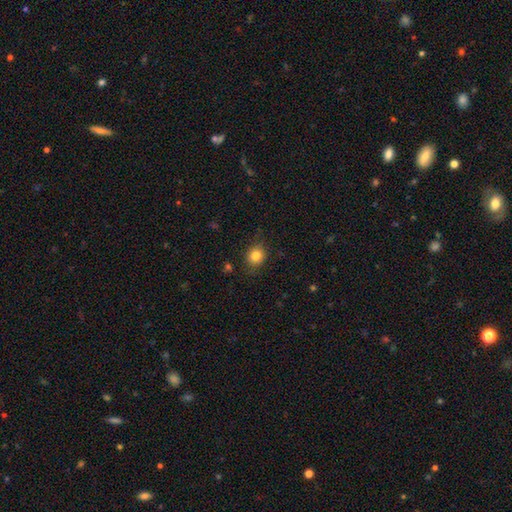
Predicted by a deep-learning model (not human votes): This is clearly a smooth galaxy (82%). How rounded: likely round (72%). Merging: clearly none (82%).